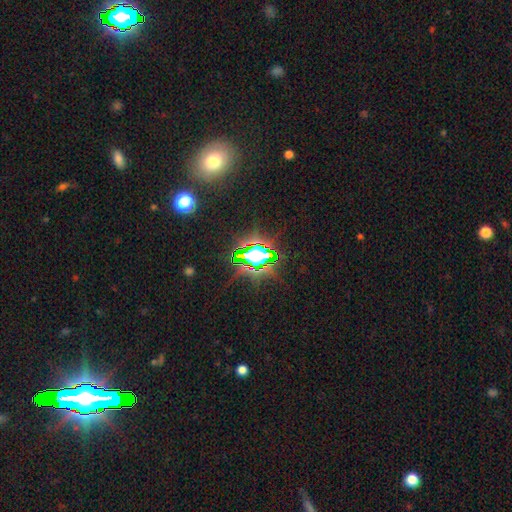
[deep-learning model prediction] star or artifact 76%, smooth 13%, featured or disk 11%.